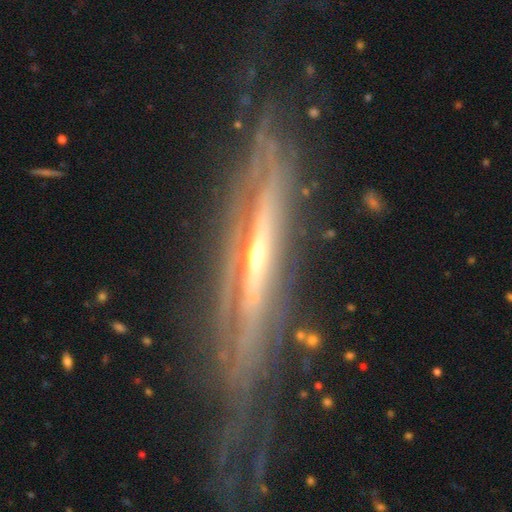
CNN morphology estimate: Smooth or featured?
  - featured or disk: 84% *
  - smooth: 9%
  - star or artifact: 7%
Edge-on disk?
  - yes: 71% *
  - no: 29%
Edge-on bulge?
  - rounded: 67% *
  - none: 28%
  - boxy: 5%
Merging?
  - none: 66% *
  - minor disturbance: 20%
  - major disturbance: 11%
  - merger: 3%